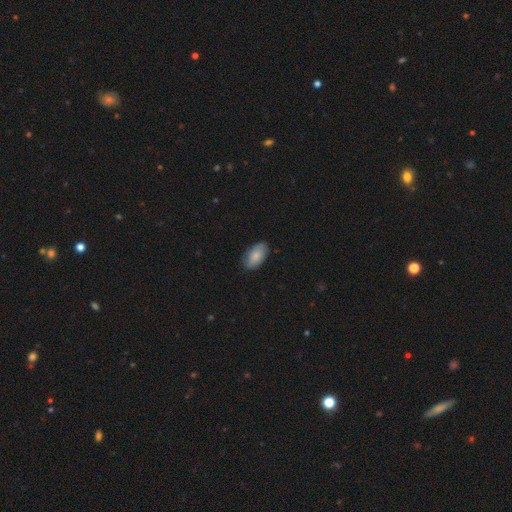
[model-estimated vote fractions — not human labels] Q: Smooth or featured?
A: smooth (82%); runner-up: featured or disk (12%)
Q: How rounded?
A: in between (94%); runner-up: round (3%)
Q: Merging?
A: none (82%); runner-up: minor disturbance (14%)